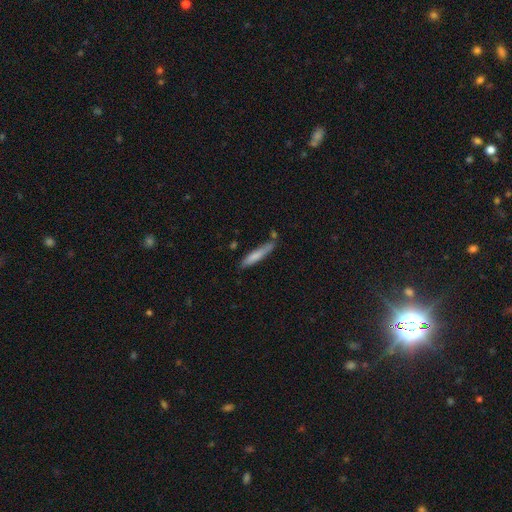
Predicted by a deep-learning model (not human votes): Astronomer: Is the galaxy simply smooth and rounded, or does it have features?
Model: smooth — 74%.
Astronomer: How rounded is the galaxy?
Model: cigar-shaped — 91%.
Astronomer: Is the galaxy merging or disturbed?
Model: none — 72%.